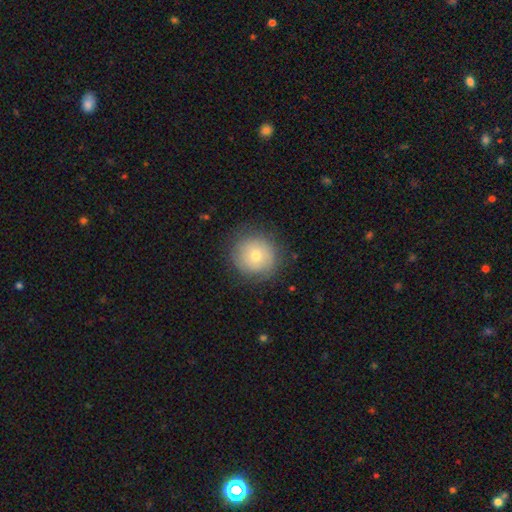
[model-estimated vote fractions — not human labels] This is likely a smooth galaxy (68%). How rounded: clearly round (94%). Merging: clearly none (81%).